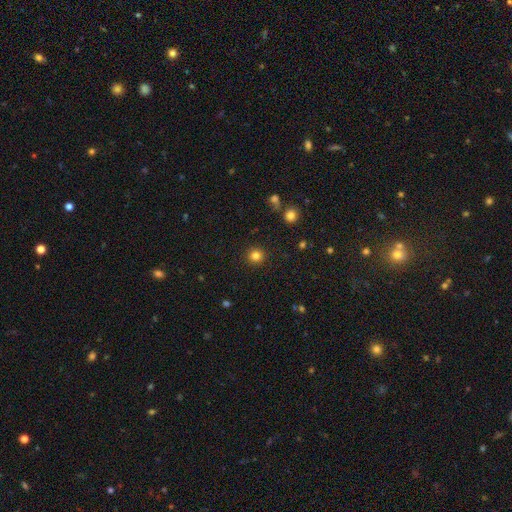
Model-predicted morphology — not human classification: Overall: smooth (82%). How rounded: round (94%). Merging: none (92%).